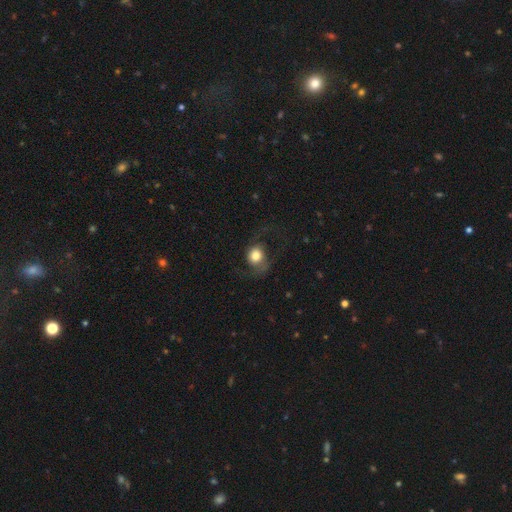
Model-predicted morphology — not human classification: Q: Smooth or featured?
A: smooth (54%); runner-up: featured or disk (38%)
Q: How rounded?
A: round (71%); runner-up: in between (28%)
Q: Merging?
A: none (51%); runner-up: major disturbance (29%)